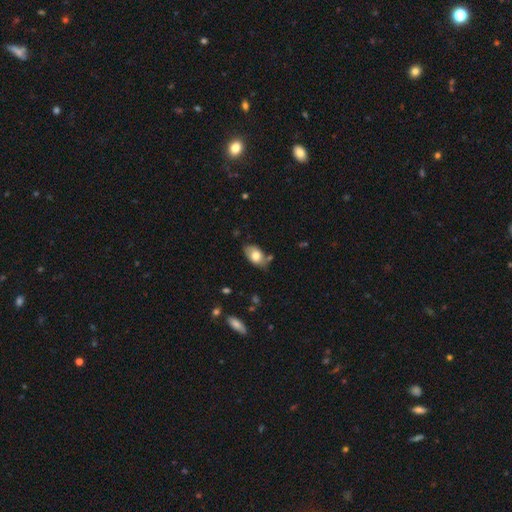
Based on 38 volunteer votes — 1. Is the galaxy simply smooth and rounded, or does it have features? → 66% smooth, 26% featured or disk, 8% star or artifact.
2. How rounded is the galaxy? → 96% in between, 4% round, 0% cigar-shaped.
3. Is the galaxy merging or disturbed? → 60% none, 26% minor disturbance, 14% merger, 0% major disturbance.